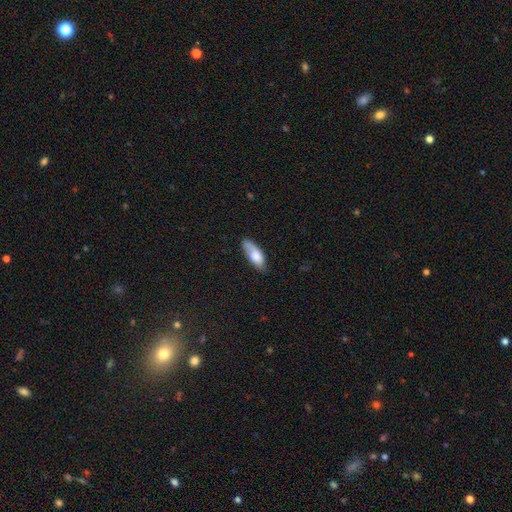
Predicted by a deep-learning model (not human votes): smooth-or-featured: smooth: 71% | featured or disk: 23% | star or artifact: 6%
  how-rounded: in between: 76% | cigar-shaped: 22% | round: 2%
  merging: none: 64% | minor disturbance: 27% | major disturbance: 7% | merger: 3%